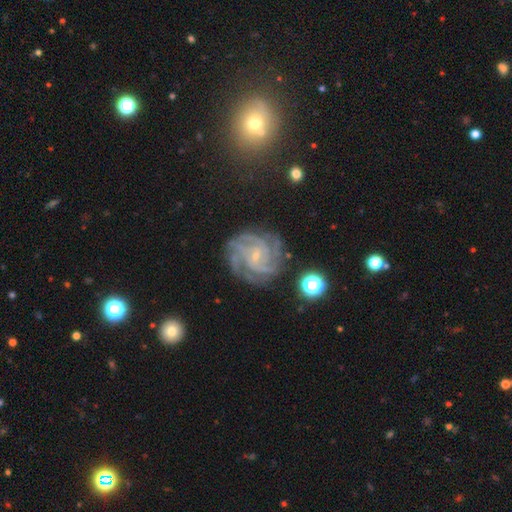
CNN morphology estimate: Smooth or featured? Predicted: featured or disk (p=0.88). Edge-on disk? Predicted: no (p=0.98). Bar? Predicted: no (p=0.60). Spiral arms? Predicted: yes (p=0.98). Spiral winding? Predicted: tight (p=0.67). Spiral arm count? Predicted: 4 (p=0.34). Bulge size? Predicted: small (p=0.83). Merging? Predicted: none (p=0.78).